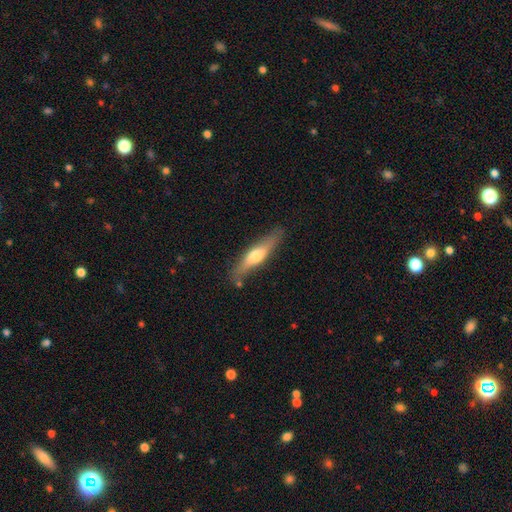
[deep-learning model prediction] This appears to be a smooth galaxy with no disk features (48%). Merging: none (78%).